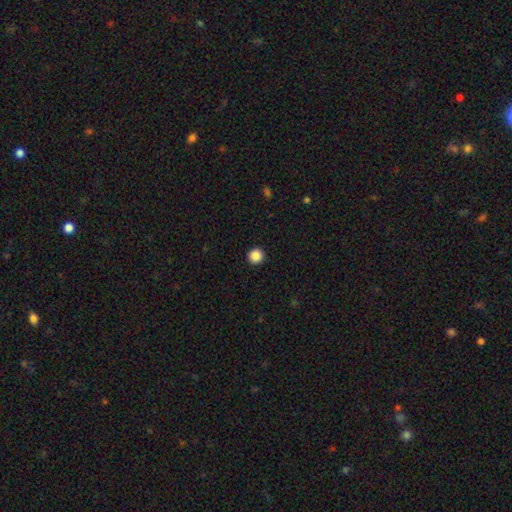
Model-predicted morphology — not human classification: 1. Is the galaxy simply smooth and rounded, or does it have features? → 87% smooth, 10% star or artifact, 3% featured or disk.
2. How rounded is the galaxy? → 96% round, 3% in between, 1% cigar-shaped.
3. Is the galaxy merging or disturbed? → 94% none, 4% minor disturbance, 1% major disturbance, 1% merger.